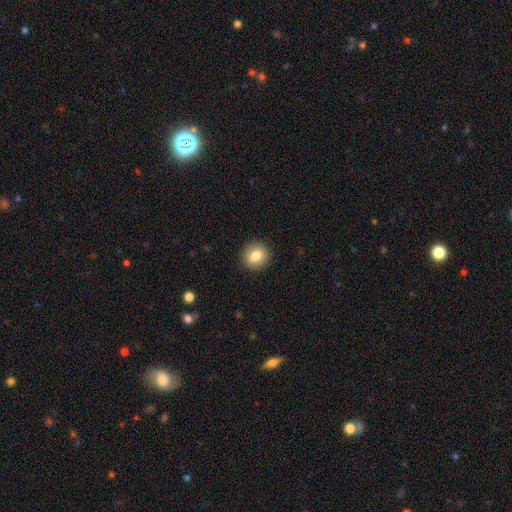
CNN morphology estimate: Smooth or featured? smooth (83%)
How rounded? round (81%)
Merging? none (91%)